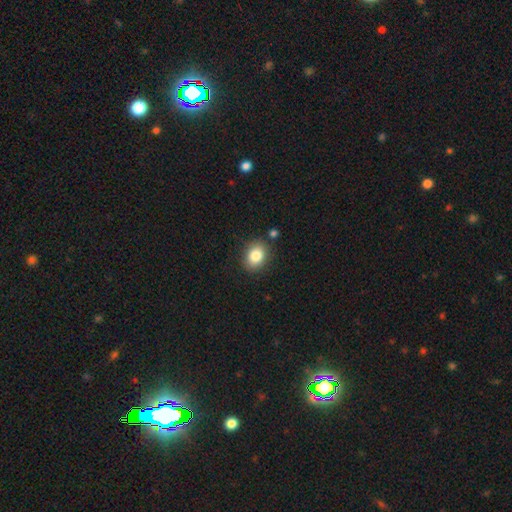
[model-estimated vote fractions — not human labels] A smooth galaxy with no disk features (84%) that is in between round and cigar-shaped (61%). Merging: none (82%).